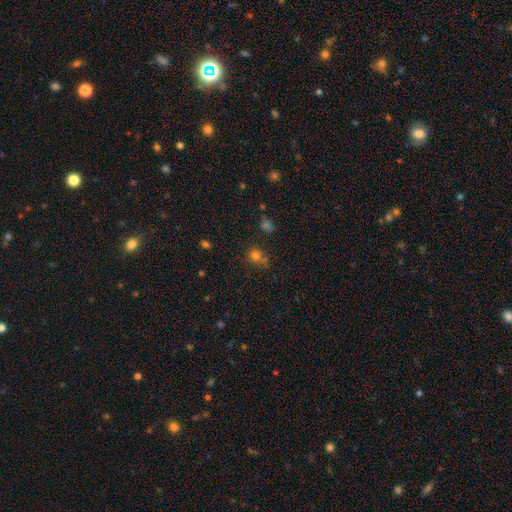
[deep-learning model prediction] A smooth galaxy with no disk features (73%) that is round (78%). Merging: none (62%).